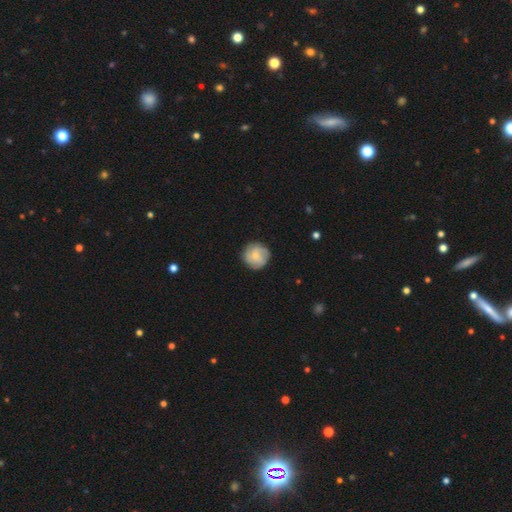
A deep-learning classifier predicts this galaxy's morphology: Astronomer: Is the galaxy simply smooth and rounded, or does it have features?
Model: smooth — 50% (runner-up: featured or disk, 43%).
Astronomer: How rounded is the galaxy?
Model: round — 93%.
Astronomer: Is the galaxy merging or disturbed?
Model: none — 83%.